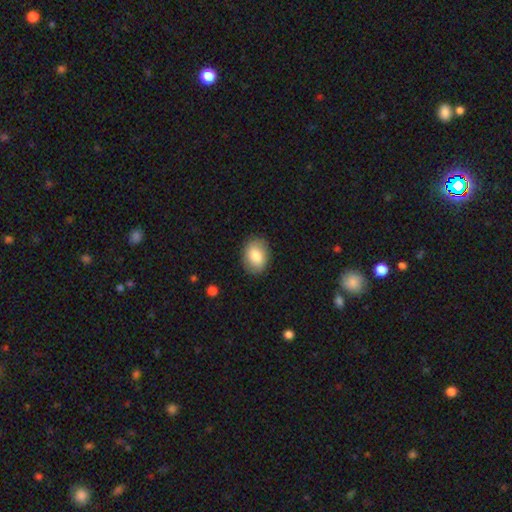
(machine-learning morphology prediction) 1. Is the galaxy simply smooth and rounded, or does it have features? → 82% smooth, 11% featured or disk, 7% star or artifact.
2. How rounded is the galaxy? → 71% in between, 28% round, 1% cigar-shaped.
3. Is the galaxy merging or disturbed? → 87% none, 9% minor disturbance, 2% major disturbance, 1% merger.